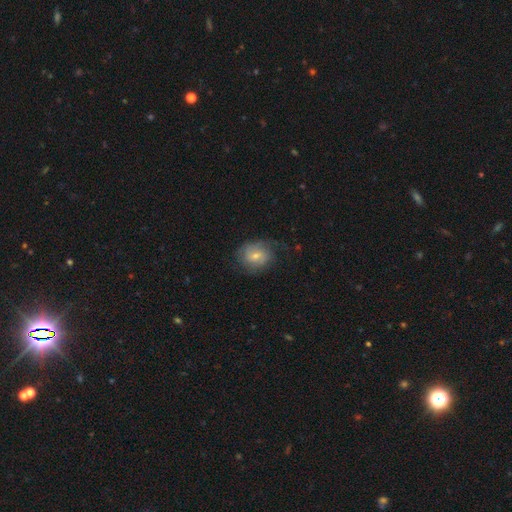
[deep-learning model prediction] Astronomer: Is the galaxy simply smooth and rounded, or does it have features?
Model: smooth — 50% (runner-up: featured or disk, 42%).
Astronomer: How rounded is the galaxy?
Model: round — 57% (runner-up: in between, 42%).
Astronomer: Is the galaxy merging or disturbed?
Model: none — 60%.